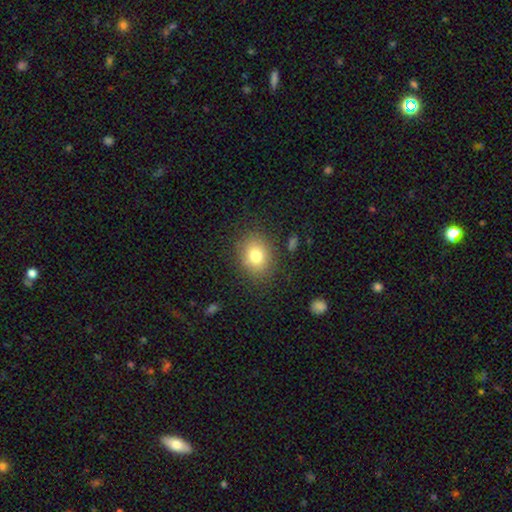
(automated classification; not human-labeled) Smooth or featured? smooth (78%)
How rounded? round (50%)
Merging? none (83%)